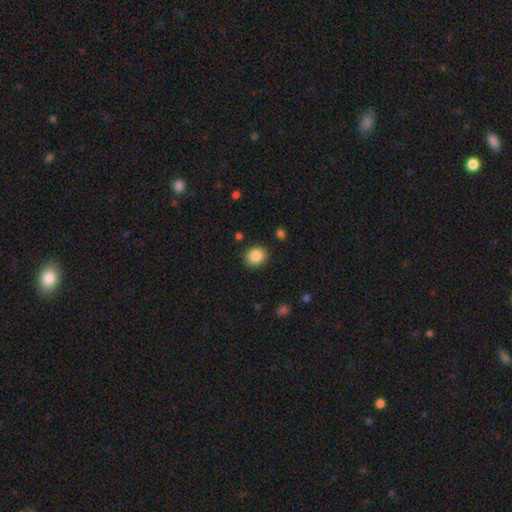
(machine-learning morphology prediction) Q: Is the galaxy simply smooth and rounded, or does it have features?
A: smooth — 87%.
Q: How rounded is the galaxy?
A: round — 72%.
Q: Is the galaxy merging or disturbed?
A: none — 88%.